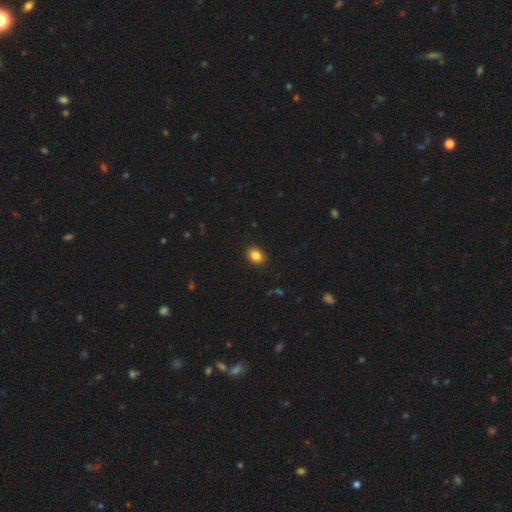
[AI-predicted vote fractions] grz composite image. It shows a smooth galaxy with no disk features (85%) that is in between round and cigar-shaped (56%). Merging: none (91%).